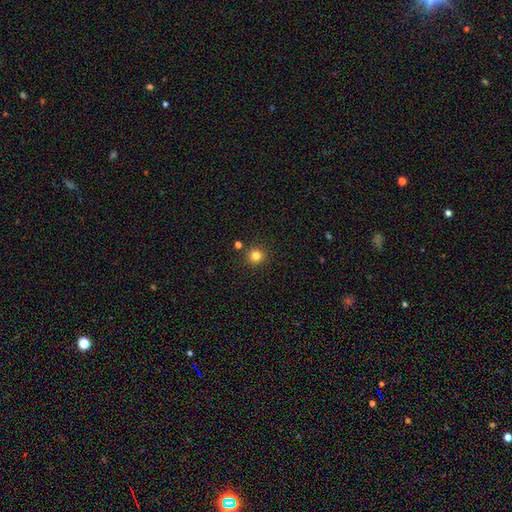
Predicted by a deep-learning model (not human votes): The model was most divided on "smooth or featured": smooth: 82%, star or artifact: 13%, featured or disk: 5%. More confident: how rounded — round (94%); merging — none (89%).